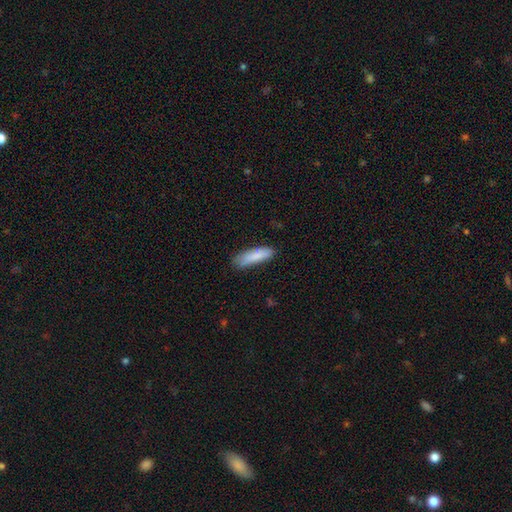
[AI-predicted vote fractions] A smooth galaxy with no disk features (85%) that is cigar-shaped (64%).

Vote fractions:
- Smooth or featured? smooth: 85% / featured or disk: 9% / star or artifact: 6%
- How rounded? cigar-shaped: 64% / in between: 34% / round: 1%
- Merging? none: 71% / minor disturbance: 22% / major disturbance: 5% / merger: 2%